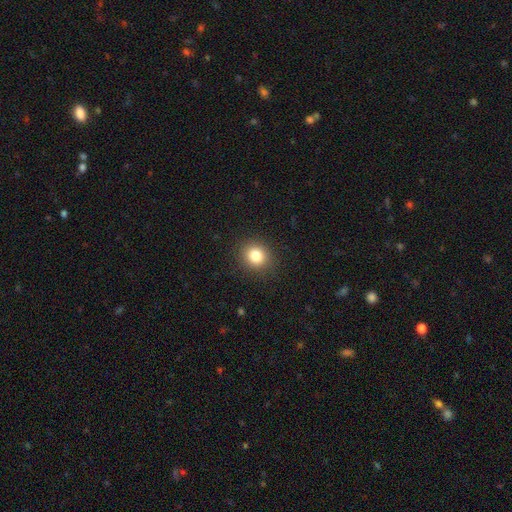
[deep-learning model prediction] This appears to be a smooth galaxy with no disk features (82%) that is round (80%). Merging: none (89%).